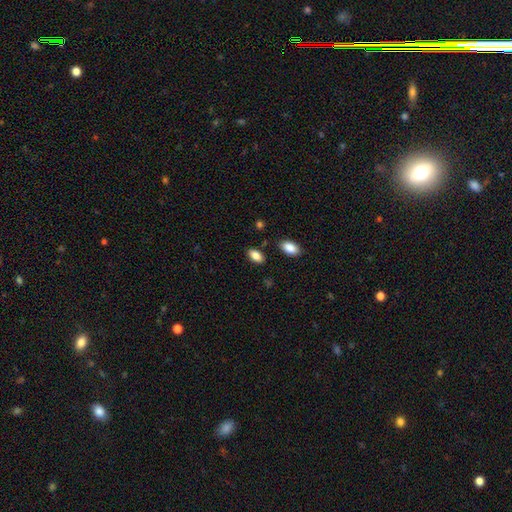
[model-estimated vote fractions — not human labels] Q: Smooth or featured?
A: smooth (85%); runner-up: star or artifact (8%)
Q: How rounded?
A: in between (91%); runner-up: round (5%)
Q: Merging?
A: none (83%); runner-up: minor disturbance (10%)